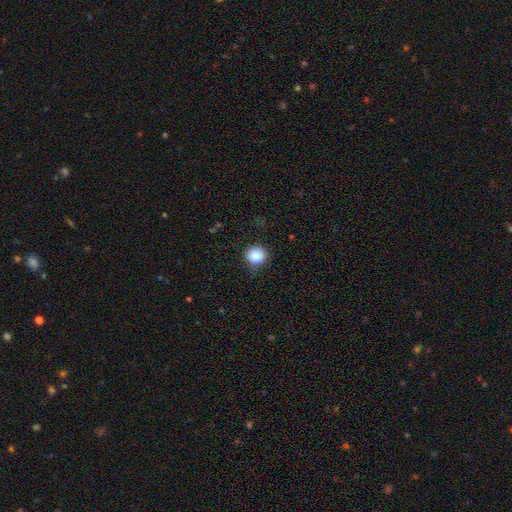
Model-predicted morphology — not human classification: Smooth or featured: smooth — 87% (star or artifact — 9%)
How rounded: round — 90% (in between — 9%)
Merging: none — 78% (minor disturbance — 16%)